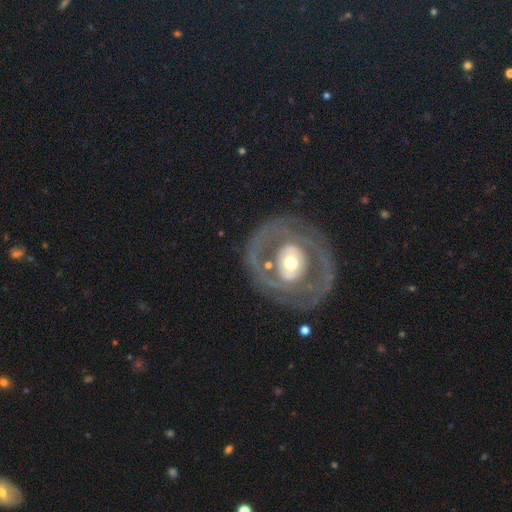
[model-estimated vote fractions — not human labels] Q: Smooth or featured?
A: featured or disk (77%); runner-up: smooth (16%)
Q: Edge-on disk?
A: no (95%); runner-up: yes (5%)
Q: Bar?
A: no (56%); runner-up: weak (26%)
Q: Spiral arms?
A: yes (56%); runner-up: no (44%)
Q: Bulge size?
A: moderate (57%); runner-up: small (31%)
Q: Merging?
A: none (75%); runner-up: minor disturbance (13%)